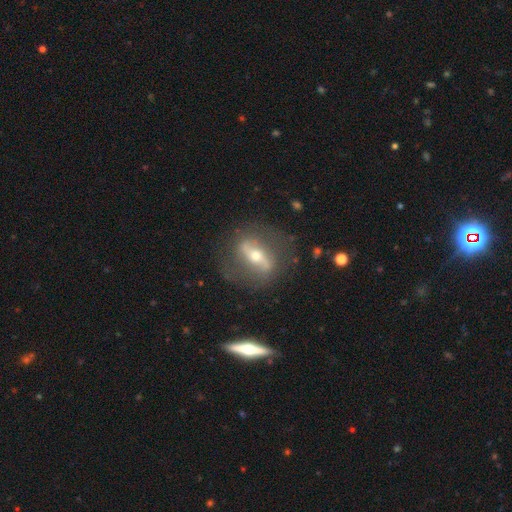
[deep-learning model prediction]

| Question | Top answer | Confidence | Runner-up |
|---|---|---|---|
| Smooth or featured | featured or disk | 79% | smooth (14%) |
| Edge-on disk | no | 78% | yes (22%) |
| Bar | strong | 64% | weak (20%) |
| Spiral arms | yes | 71% | no (29%) |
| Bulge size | moderate | 54% | small (41%) |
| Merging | none | 73% | minor disturbance (15%) |